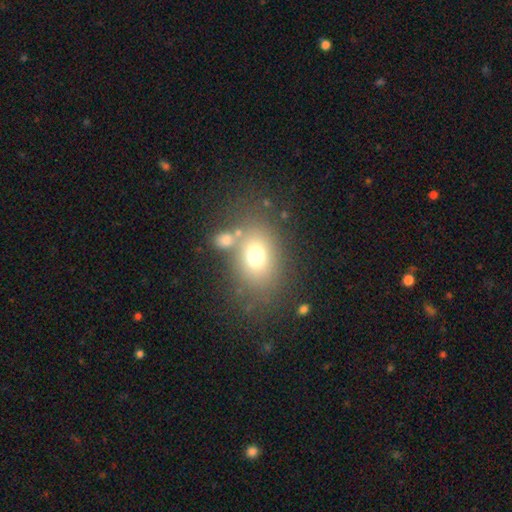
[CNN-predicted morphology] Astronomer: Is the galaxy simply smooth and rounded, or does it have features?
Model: smooth — 71%.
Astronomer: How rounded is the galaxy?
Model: in between — 63%.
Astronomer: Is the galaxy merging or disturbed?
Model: none — 64%.